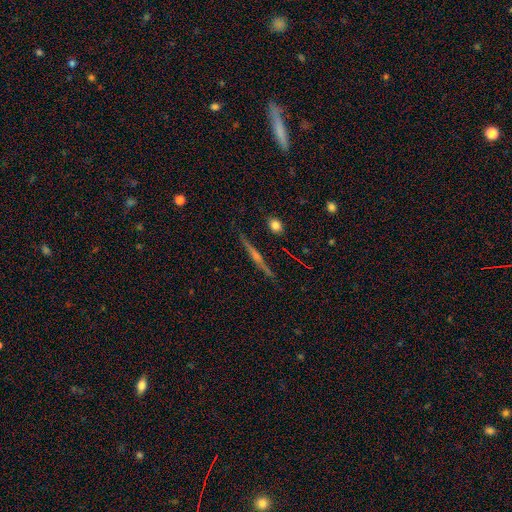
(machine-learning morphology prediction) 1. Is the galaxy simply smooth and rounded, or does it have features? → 78% featured or disk, 14% smooth, 8% star or artifact.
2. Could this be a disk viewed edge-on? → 98% yes, 2% no.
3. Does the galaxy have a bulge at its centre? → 77% rounded, 15% none, 8% boxy.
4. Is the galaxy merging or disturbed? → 91% none, 6% minor disturbance, 2% major disturbance, 1% merger.